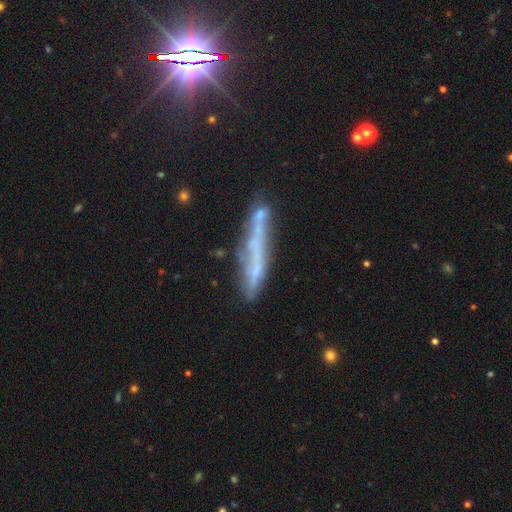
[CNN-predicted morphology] This is possibly a featured or disk galaxy (53%). It is likely viewed edge-on (73%). Merging: likely none (62%).